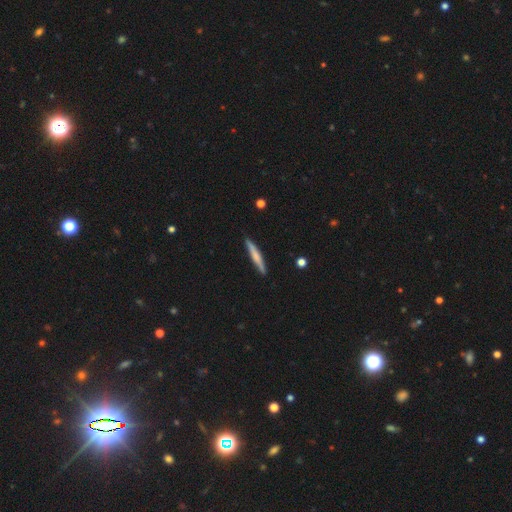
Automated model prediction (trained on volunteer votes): Smooth or featured? Predicted: smooth (p=0.56). How rounded? Predicted: cigar-shaped (p=0.95). Merging? Predicted: none (p=0.89).